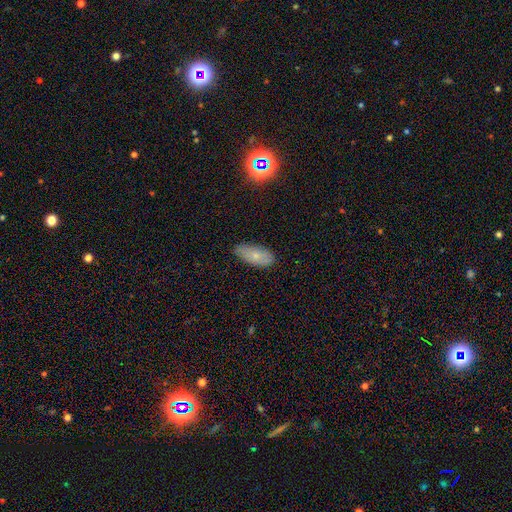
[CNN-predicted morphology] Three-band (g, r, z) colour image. It shows a smooth galaxy with no disk features (68%) that is in between round and cigar-shaped (90%). Merging: none (76%).